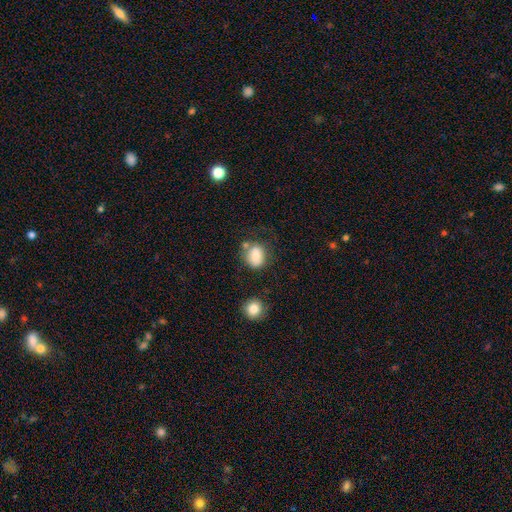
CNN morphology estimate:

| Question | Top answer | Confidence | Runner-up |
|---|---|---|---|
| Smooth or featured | smooth | 80% | featured or disk (12%) |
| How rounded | round | 53% | in between (46%) |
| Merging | none | 56% | minor disturbance (21%) |